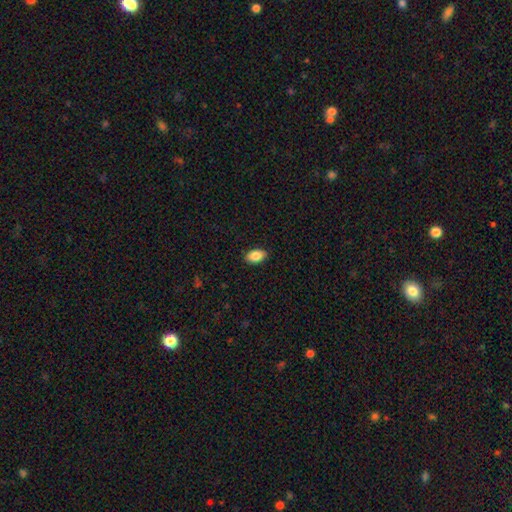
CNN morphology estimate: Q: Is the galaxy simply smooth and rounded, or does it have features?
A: smooth — 86%.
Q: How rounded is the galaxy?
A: in between — 91%.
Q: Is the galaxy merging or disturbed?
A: none — 89%.